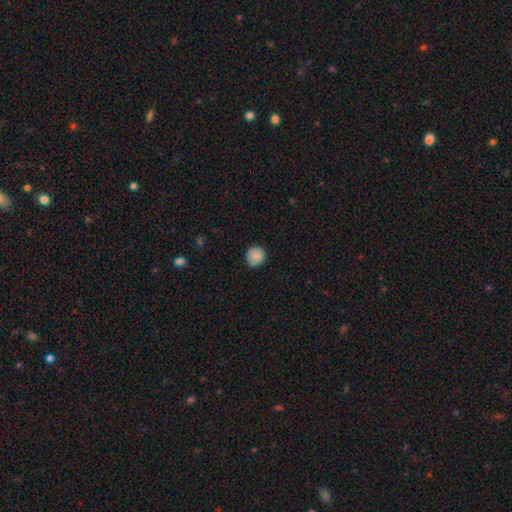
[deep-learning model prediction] This is clearly a smooth galaxy (84%). How rounded: clearly round (92%). Merging: clearly none (81%).